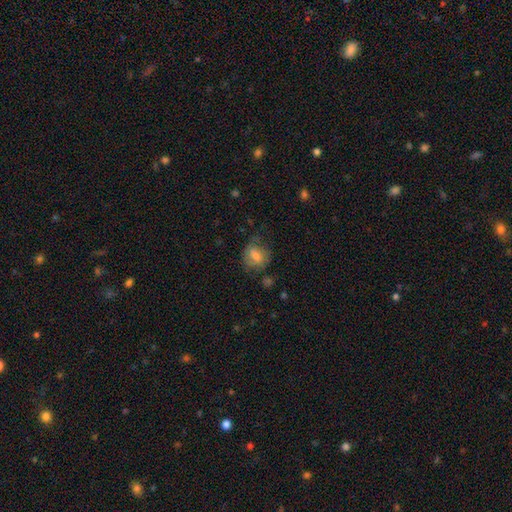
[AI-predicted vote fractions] The model was most divided on "how rounded": round: 65%, in between: 34%, cigar-shaped: 1%. More confident: smooth or featured — smooth (67%); merging — none (57%).